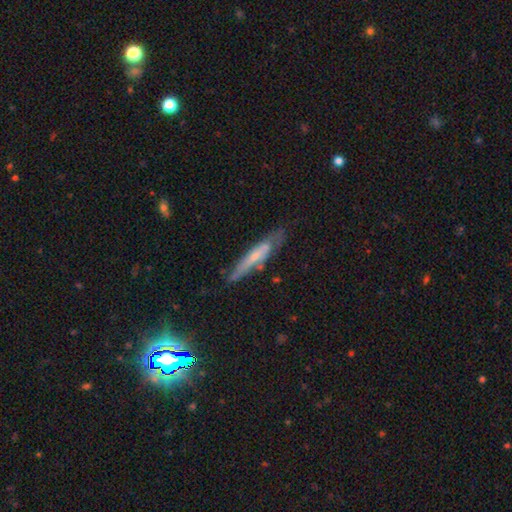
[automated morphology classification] Smooth or featured? Predicted: featured or disk (p=0.51). Edge-on disk? Predicted: yes (p=0.71). Merging? Predicted: none (p=0.67).